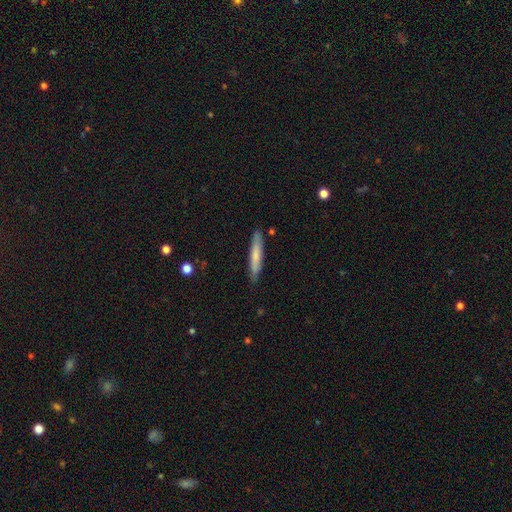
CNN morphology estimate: A smooth galaxy with no disk features (70%) that is cigar-shaped (91%). Merging: none (84%).